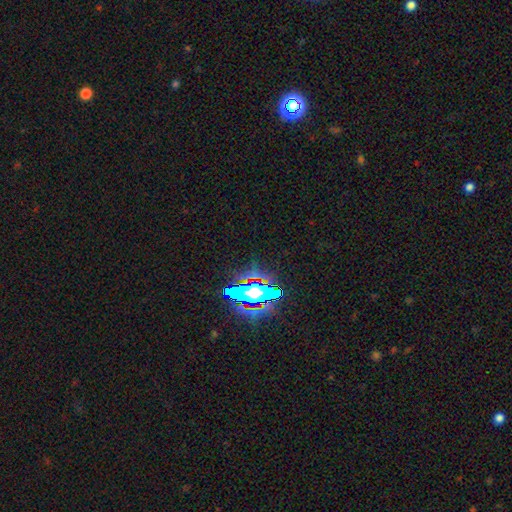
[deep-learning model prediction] The model was most divided on "smooth or featured": star or artifact: 77%, smooth: 13%, featured or disk: 9%.